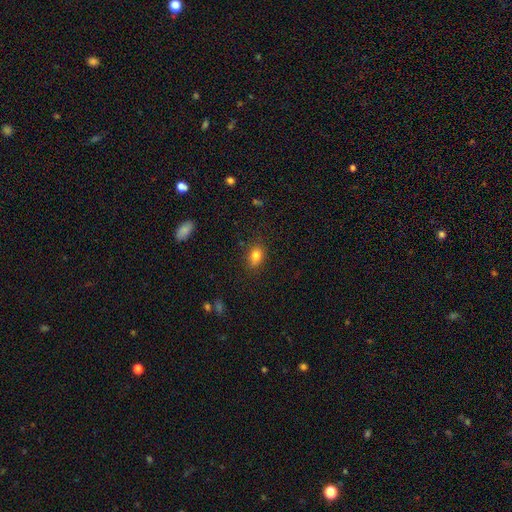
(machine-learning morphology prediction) Smooth or featured? smooth (81%)
How rounded? in between (74%)
Merging? none (83%)